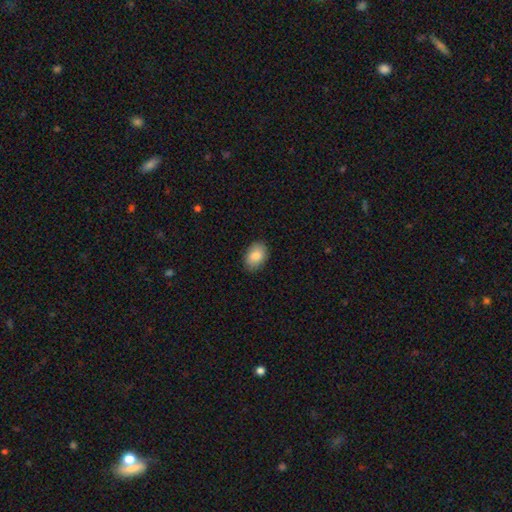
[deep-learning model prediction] Smooth or featured: smooth — 87% (star or artifact — 7%)
How rounded: in between — 84% (round — 15%)
Merging: none — 87% (minor disturbance — 10%)